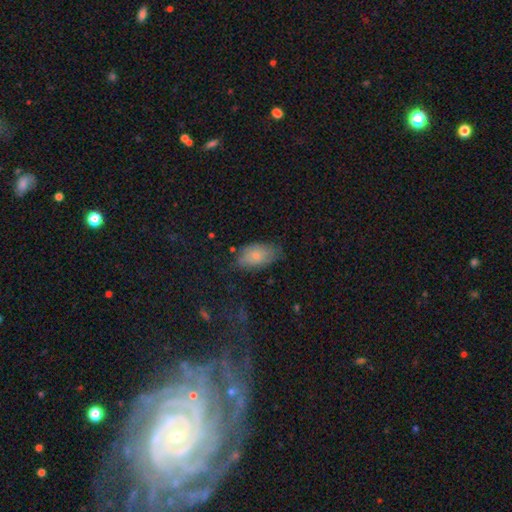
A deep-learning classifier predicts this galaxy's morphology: Overall: smooth (76%). How rounded: in between (92%). Merging: none (68%).